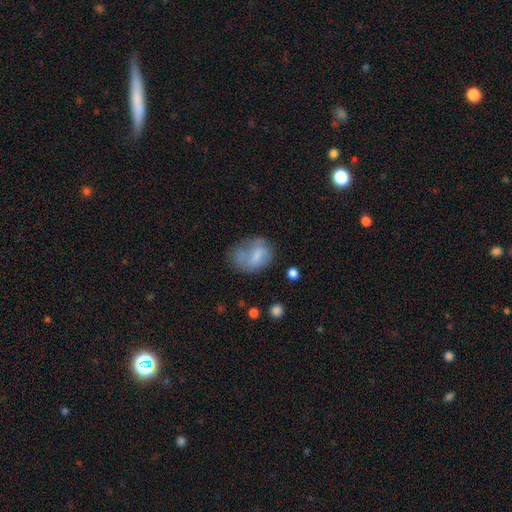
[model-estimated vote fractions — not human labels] Smooth or featured?
  - smooth: 65% *
  - featured or disk: 26%
  - star or artifact: 9%
How rounded?
  - in between: 64% *
  - round: 35%
  - cigar-shaped: 2%
Merging?
  - none: 36% *
  - minor disturbance: 28%
  - major disturbance: 24%
  - merger: 11%